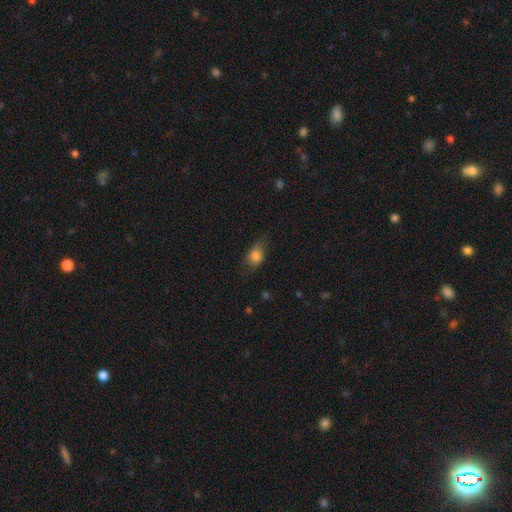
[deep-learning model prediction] The model was most divided on "merging": none: 58%, minor disturbance: 29%, major disturbance: 11%, merger: 1%. More confident: smooth or featured — smooth (77%); how rounded — in between (76%).